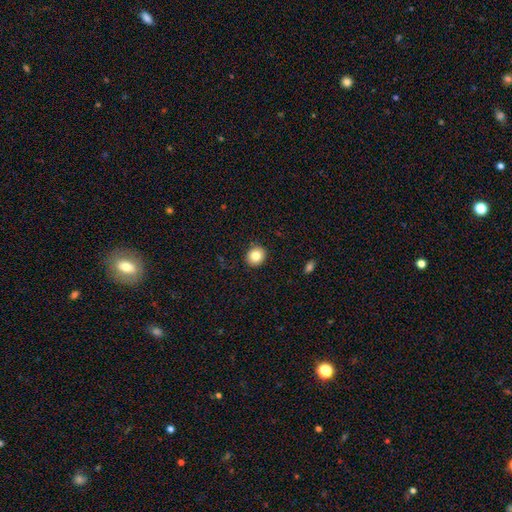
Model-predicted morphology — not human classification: Smooth or featured? Predicted: smooth (p=0.82). How rounded? Predicted: round (p=0.84). Merging? Predicted: none (p=0.91).